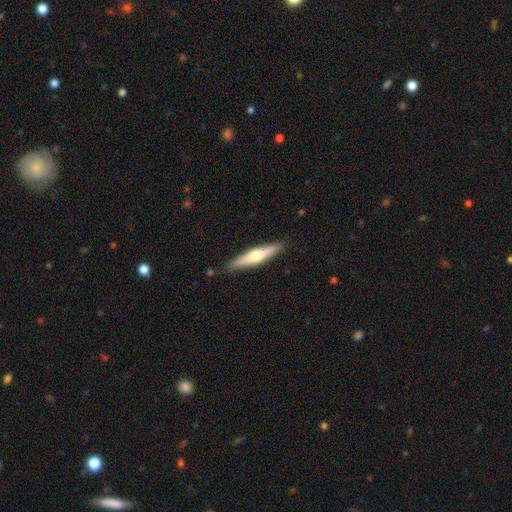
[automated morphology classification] smooth 48%, featured or disk 47%, star or artifact 5%. Down the decision tree: merging — none (89%).